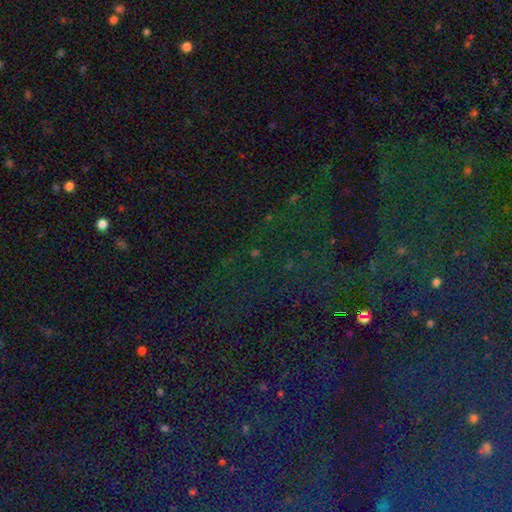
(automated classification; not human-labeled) This is clearly a star or artifact rather than a galaxy (83%).